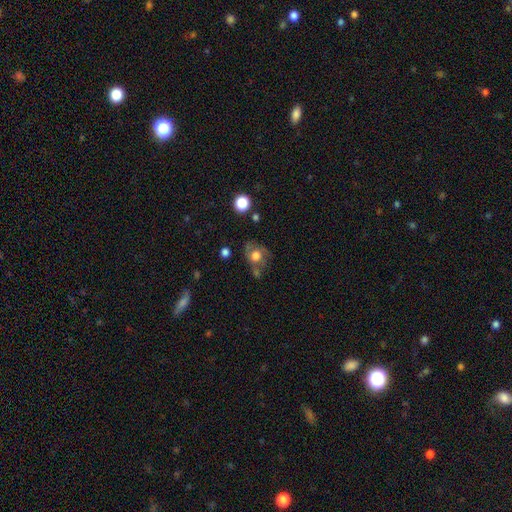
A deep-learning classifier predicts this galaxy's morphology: smooth 50%, featured or disk 39%, star or artifact 11%. Down the decision tree: how rounded — round (67%); merging — none (51%).